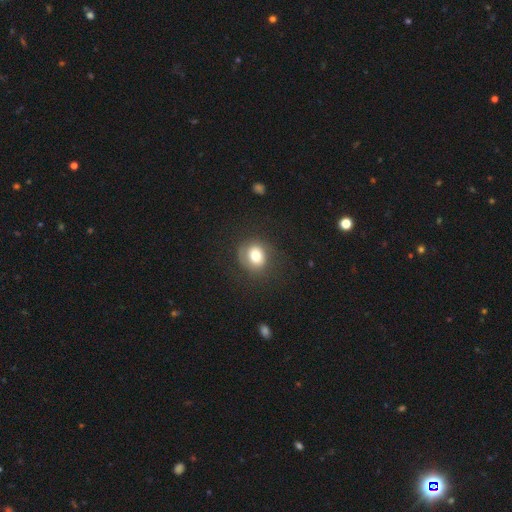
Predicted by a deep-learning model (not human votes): Smooth or featured? smooth (73%)
How rounded? round (73%)
Merging? none (73%)